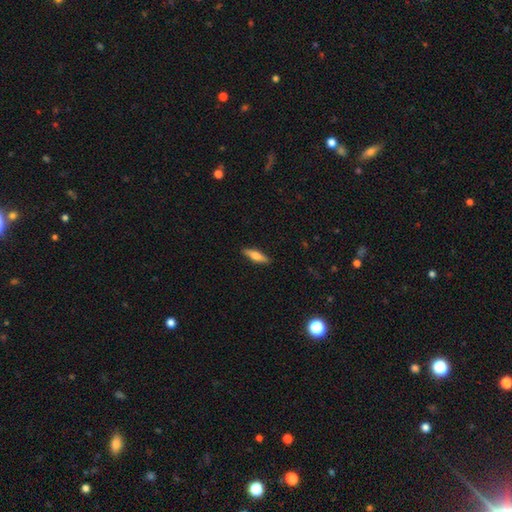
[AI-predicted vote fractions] A smooth galaxy with no disk features (59%) that is cigar-shaped (66%). Merging: none (89%).